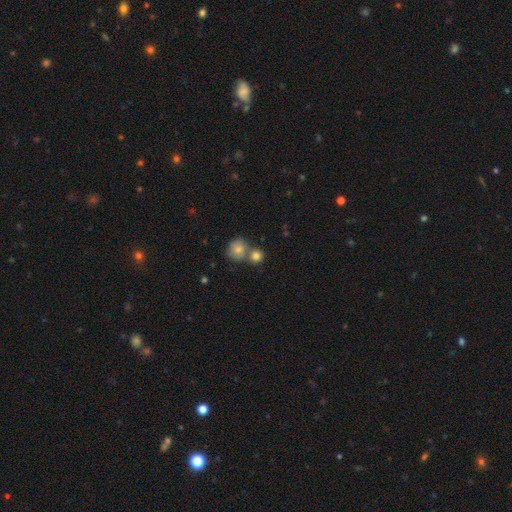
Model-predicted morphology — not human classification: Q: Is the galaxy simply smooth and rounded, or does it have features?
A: smooth — 81%.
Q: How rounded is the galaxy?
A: round — 86%.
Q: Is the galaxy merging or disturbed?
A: none — 46%.